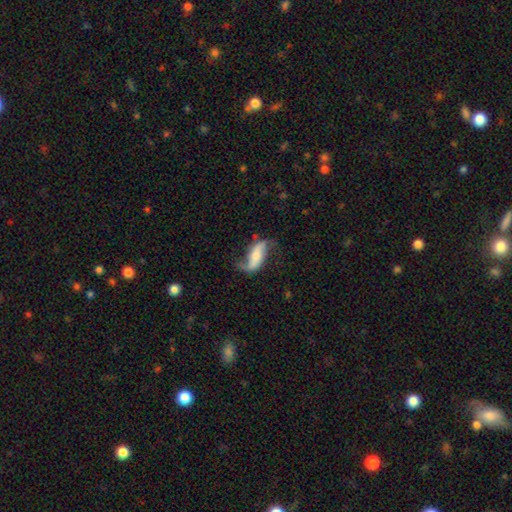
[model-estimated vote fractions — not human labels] featured or disk 70%, smooth 24%, star or artifact 7%. Down the decision tree: edge-on disk — no (91%); bar — no (37%); spiral arms — yes (91%); spiral arm count — 2 (88%); spiral winding — loose (83%); bulge size — small (40%); merging — none (59%).